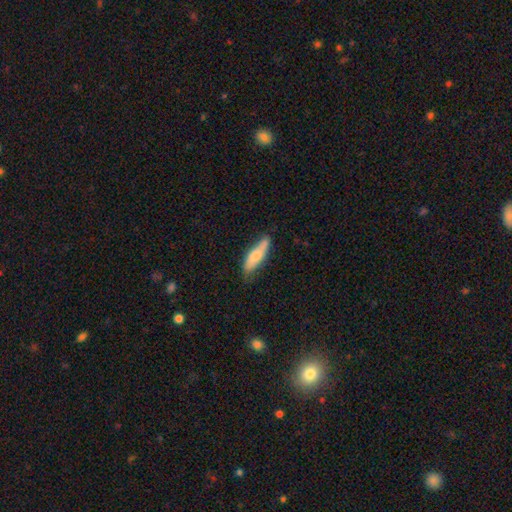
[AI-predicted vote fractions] Morphology: type=smooth (70%); roundness=cigar-shaped (57%); merging=none (66%).